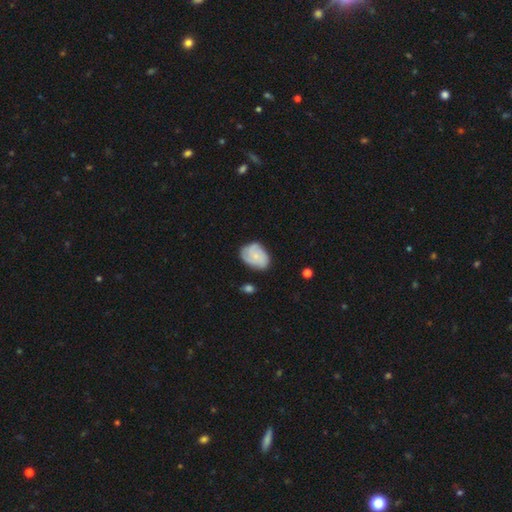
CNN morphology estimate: type=featured or disk (58%); edge-on=no (98%); bar=no (78%); spiral arms=yes (89%); bulge=small (69%); merging=none (65%).